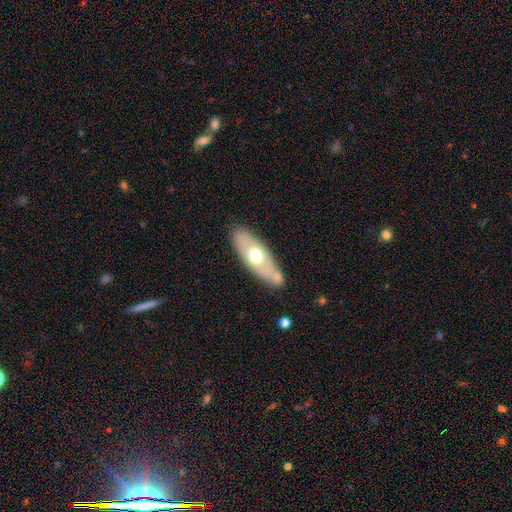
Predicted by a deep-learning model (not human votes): smooth_or_featured: featured or disk (p=0.50) [alt: smooth p=0.44]
merging: none (p=0.78) [alt: minor disturbance p=0.14]